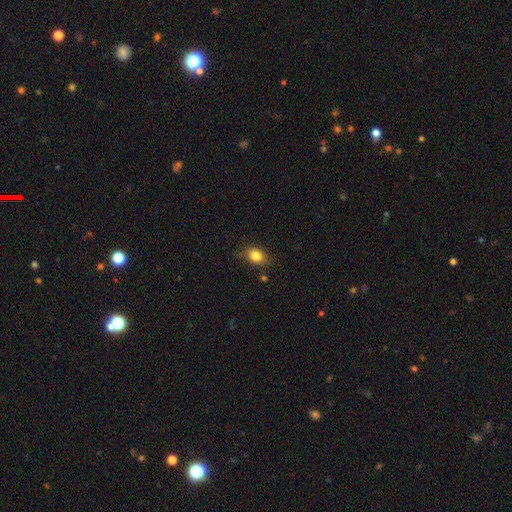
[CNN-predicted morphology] Smooth or featured? smooth (83%)
How rounded? in between (70%)
Merging? none (78%)